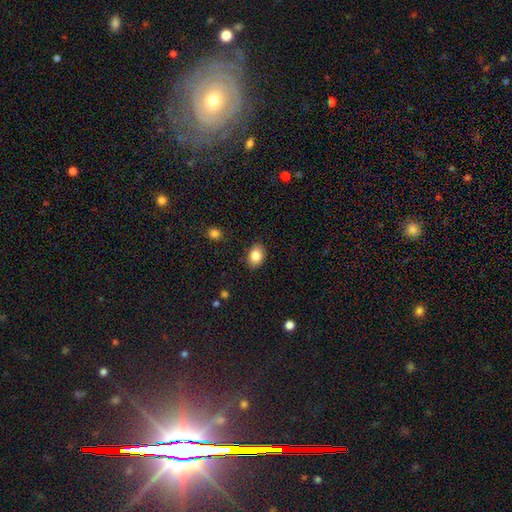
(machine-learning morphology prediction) A smooth galaxy with no disk features (84%) that is in between round and cigar-shaped (76%). Merging: none (86%).